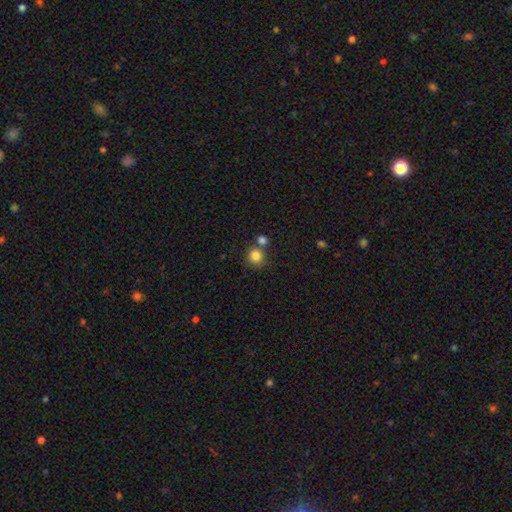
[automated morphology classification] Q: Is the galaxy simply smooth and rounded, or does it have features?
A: smooth — 84%.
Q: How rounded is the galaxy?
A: round — 87%.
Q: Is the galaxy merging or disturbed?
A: none — 62%.